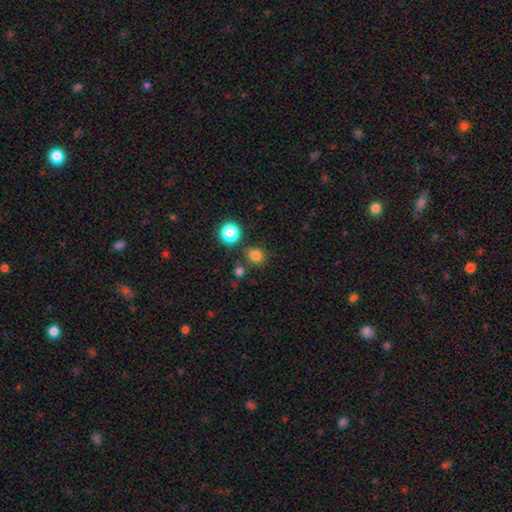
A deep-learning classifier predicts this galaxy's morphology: A smooth galaxy with no disk features (78%) that is round (81%).

Vote fractions:
- Smooth or featured? smooth: 78% / star or artifact: 17% / featured or disk: 5%
- How rounded? round: 81% / in between: 18% / cigar-shaped: 1%
- Merging? none: 80% / minor disturbance: 10% / merger: 7% / major disturbance: 3%